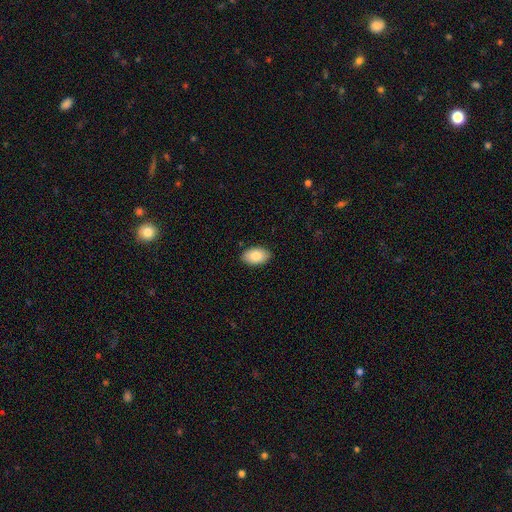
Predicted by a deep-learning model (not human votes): Overall: smooth (84%). How rounded: in between (93%). Merging: none (89%).